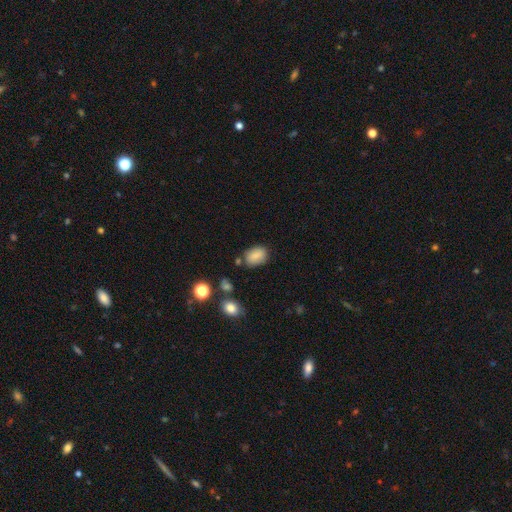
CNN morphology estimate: Smooth or featured: smooth — 84% (star or artifact — 9%)
How rounded: in between — 80% (round — 19%)
Merging: none — 74% (minor disturbance — 18%)